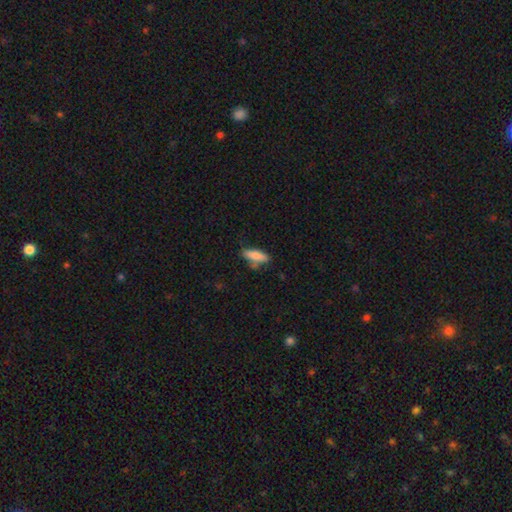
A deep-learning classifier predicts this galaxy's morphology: type=smooth (77%); roundness=in between (52%); merging=none (66%).